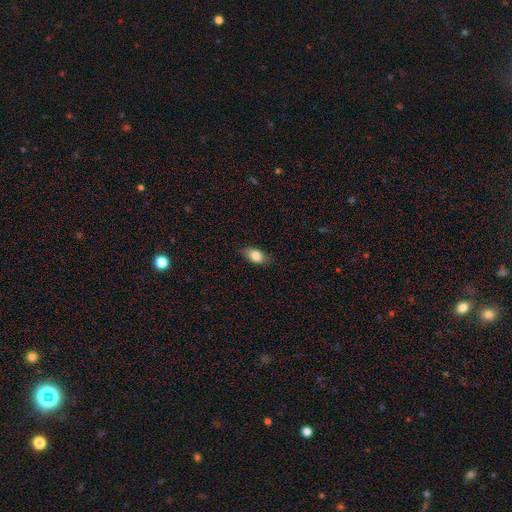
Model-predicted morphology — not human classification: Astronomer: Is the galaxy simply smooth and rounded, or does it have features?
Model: smooth — 83%.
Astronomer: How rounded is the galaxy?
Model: in between — 88%.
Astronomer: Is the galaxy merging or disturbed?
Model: none — 81%.